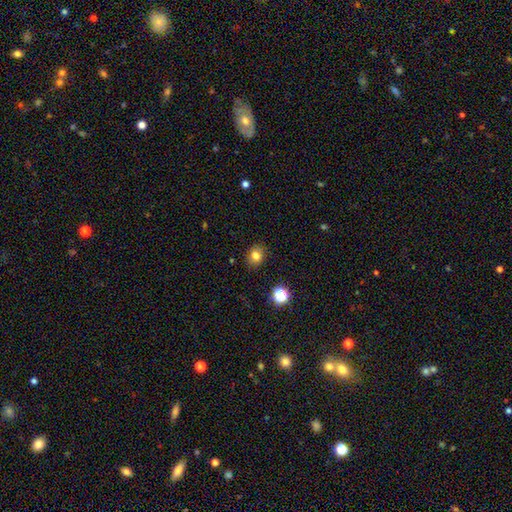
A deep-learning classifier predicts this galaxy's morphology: This is likely a smooth galaxy (78%). How rounded: possibly round (57%). Merging: clearly none (86%).